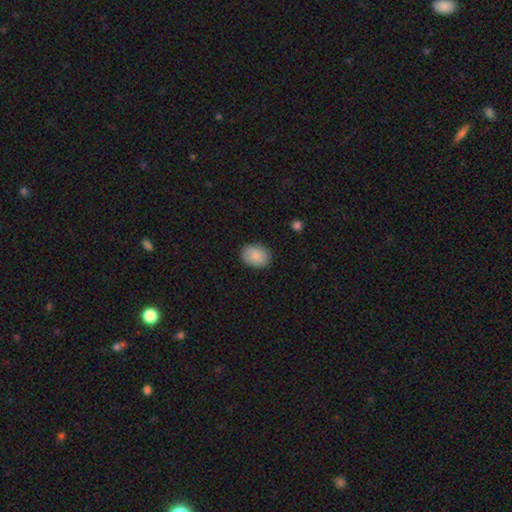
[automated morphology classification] smooth 86%, featured or disk 7%, star or artifact 6%. Down the decision tree: how rounded — in between (69%); merging — none (87%).